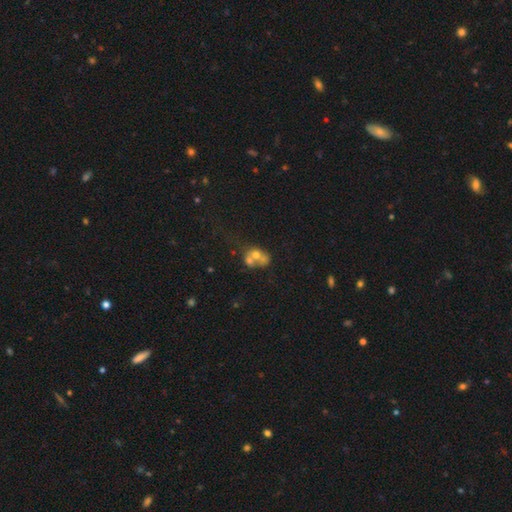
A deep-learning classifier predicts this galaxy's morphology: smooth-or-featured: smooth: 50% | featured or disk: 35% | star or artifact: 14%
  how-rounded: round: 50% | in between: 49% | cigar-shaped: 1%
  merging: merger: 64% | none: 20% | major disturbance: 8% | minor disturbance: 8%